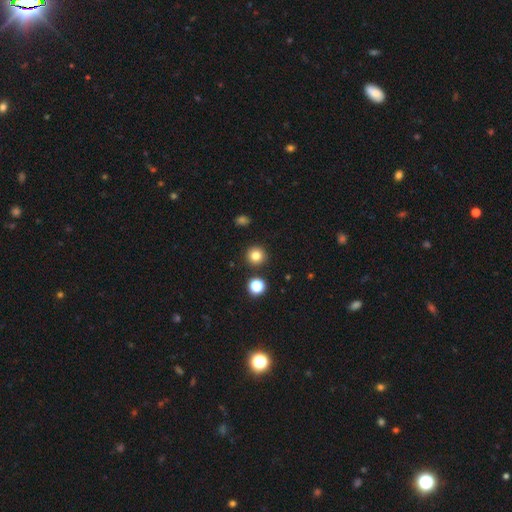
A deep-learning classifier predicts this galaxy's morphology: This is clearly a smooth galaxy (80%). How rounded: clearly round (95%). Merging: clearly none (90%).